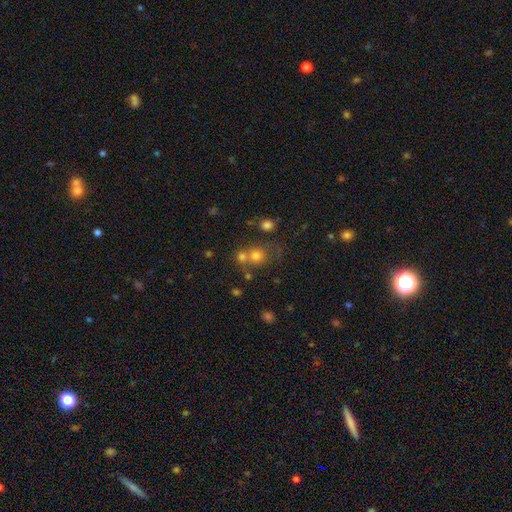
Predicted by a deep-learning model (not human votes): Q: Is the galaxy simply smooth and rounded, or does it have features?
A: smooth — 69%.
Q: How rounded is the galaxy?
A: round — 83%.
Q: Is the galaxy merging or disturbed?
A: none — 46%.